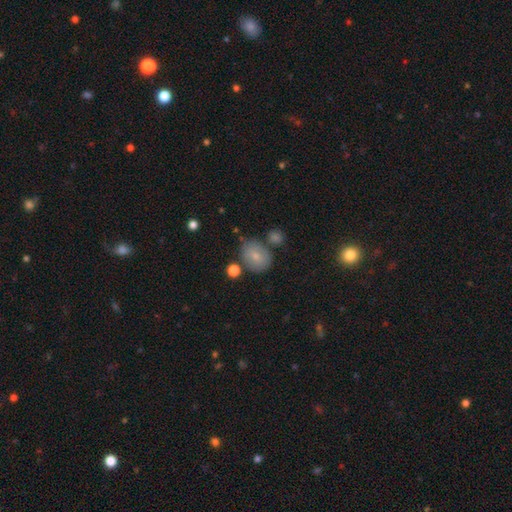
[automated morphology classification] This appears to be a smooth galaxy with no disk features (72%) that is round (53%). Merging: none (65%).